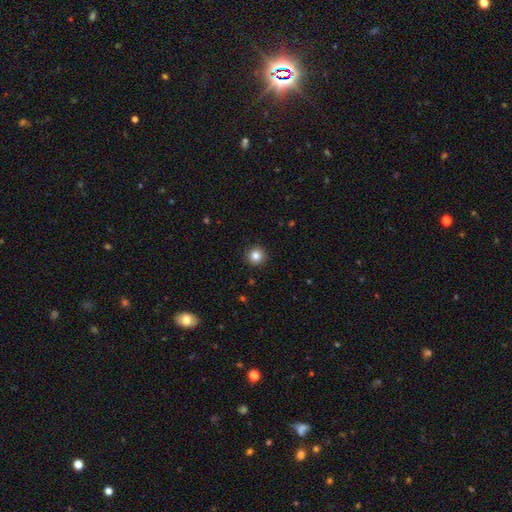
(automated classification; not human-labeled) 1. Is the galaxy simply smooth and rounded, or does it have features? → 83% smooth, 11% star or artifact, 6% featured or disk.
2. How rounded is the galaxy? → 94% round, 5% in between, 1% cigar-shaped.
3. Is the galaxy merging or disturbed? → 93% none, 5% minor disturbance, 2% major disturbance, 1% merger.